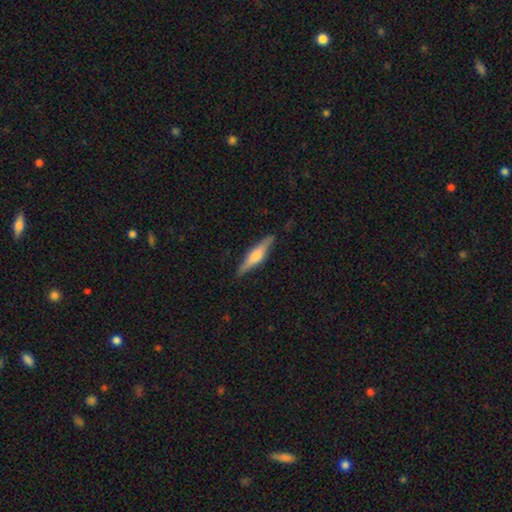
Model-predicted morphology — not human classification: Smooth or featured? featured or disk (58%)
Edge-on disk? yes (95%)
Edge-on bulge? rounded (84%)
Merging? none (87%)